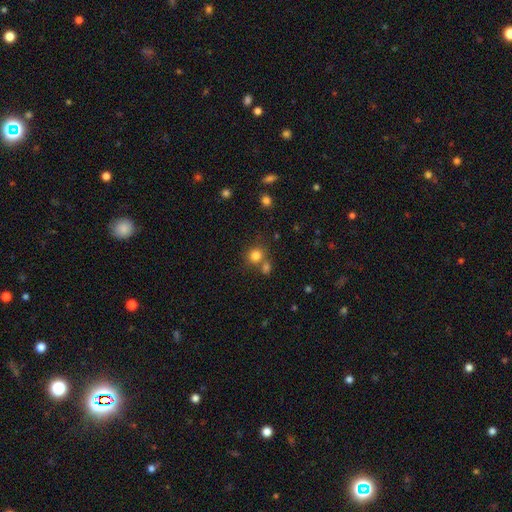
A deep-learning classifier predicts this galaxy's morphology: The model was most divided on "merging": none: 61%, merger: 26%, minor disturbance: 9%, major disturbance: 4%. More confident: how rounded — round (85%); smooth or featured — smooth (80%).